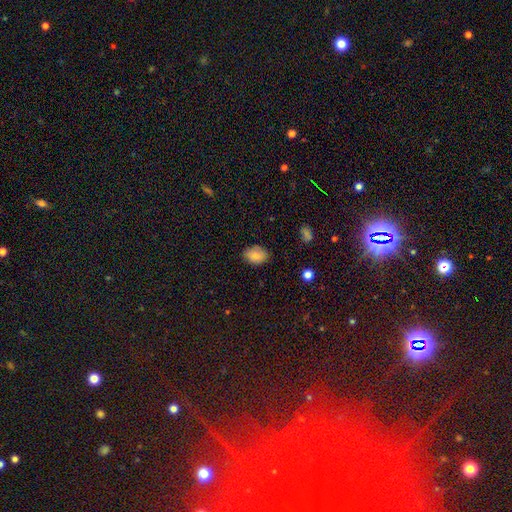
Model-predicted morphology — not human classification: type=smooth (82%); roundness=in between (77%); merging=none (80%).